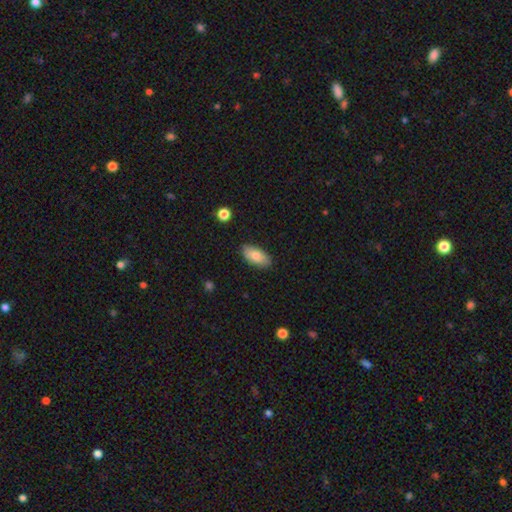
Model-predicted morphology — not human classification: A smooth galaxy with no disk features (79%) that is in between round and cigar-shaped (92%). Merging: none (85%).